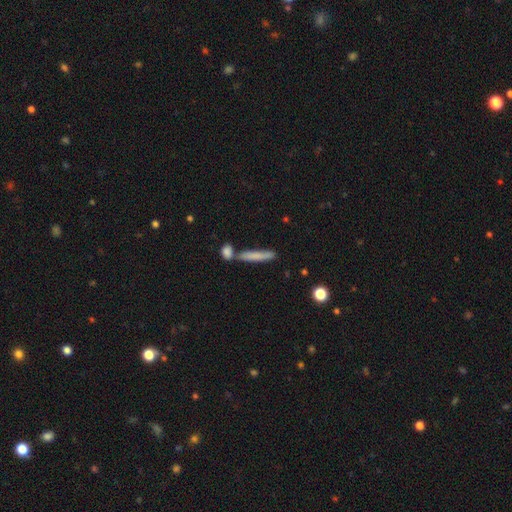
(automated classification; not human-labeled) Smooth or featured?
  - smooth: 73% *
  - featured or disk: 20%
  - star or artifact: 7%
How rounded?
  - cigar-shaped: 90% *
  - in between: 8%
  - round: 2%
Merging?
  - none: 66% *
  - merger: 19%
  - minor disturbance: 12%
  - major disturbance: 3%